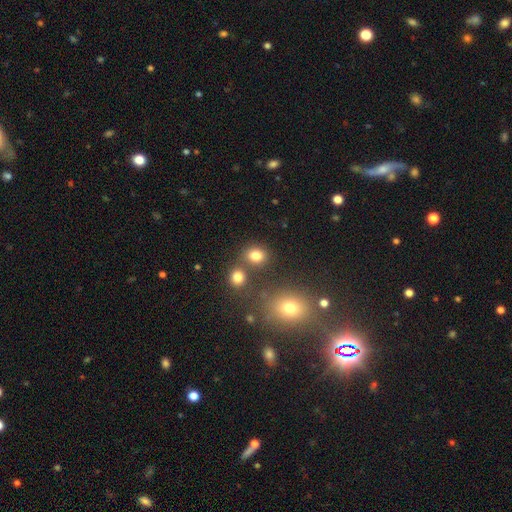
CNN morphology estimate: type=smooth (79%); roundness=round (66%); merging=none (70%).